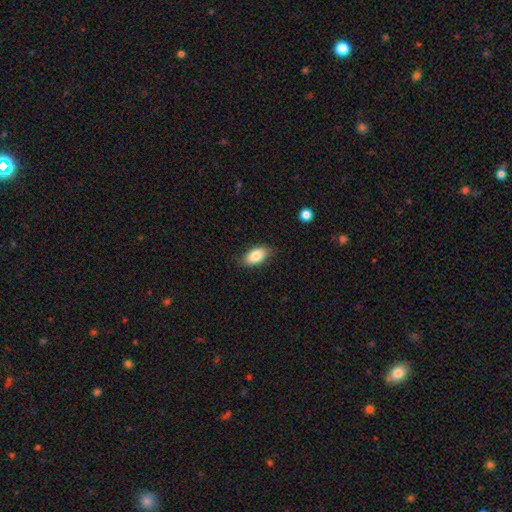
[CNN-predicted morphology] This appears to be a smooth galaxy with no disk features (85%) that is in between round and cigar-shaped (92%). Merging: none (83%).